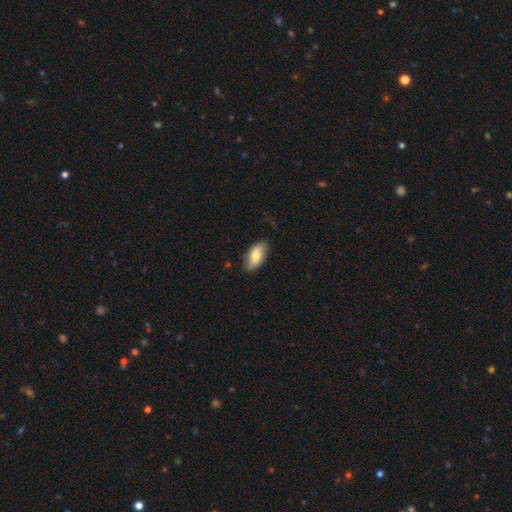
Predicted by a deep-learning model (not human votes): Morphology: type=smooth (73%); roundness=in between (92%); merging=none (77%).